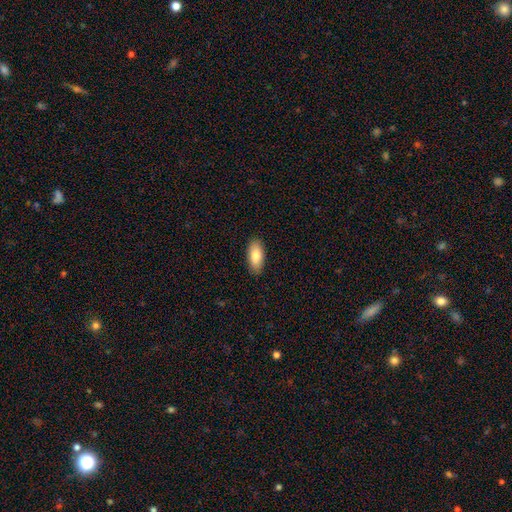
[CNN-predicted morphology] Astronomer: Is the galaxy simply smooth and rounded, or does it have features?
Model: smooth — 83%.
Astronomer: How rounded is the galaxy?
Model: in between — 89%.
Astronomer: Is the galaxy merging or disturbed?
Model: none — 89%.